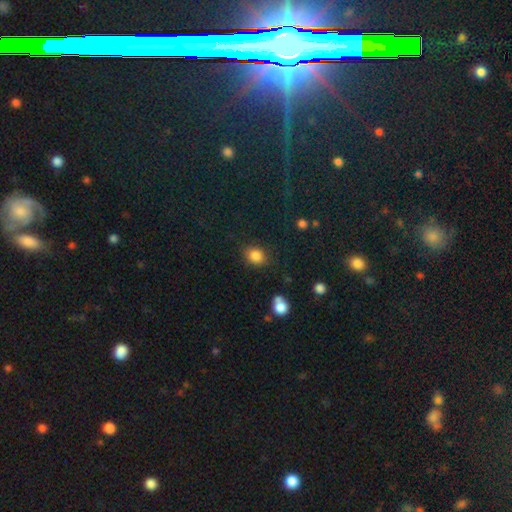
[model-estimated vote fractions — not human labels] Overall: smooth (84%). How rounded: round (59%; in between 40%). Merging: none (79%).